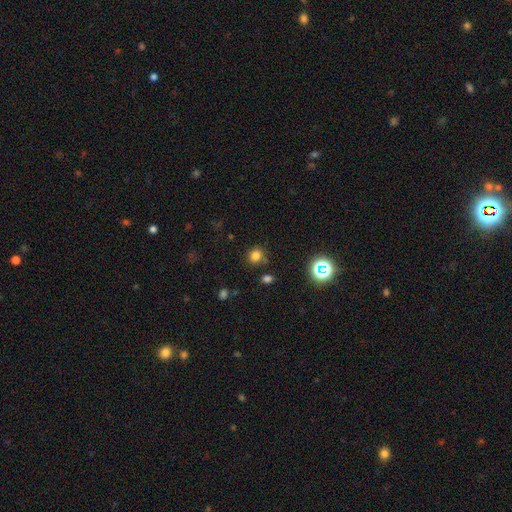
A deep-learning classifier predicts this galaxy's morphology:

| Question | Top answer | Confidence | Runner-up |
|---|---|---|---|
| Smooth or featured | smooth | 77% | star or artifact (17%) |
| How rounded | round | 78% | in between (21%) |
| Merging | none | 79% | minor disturbance (11%) |